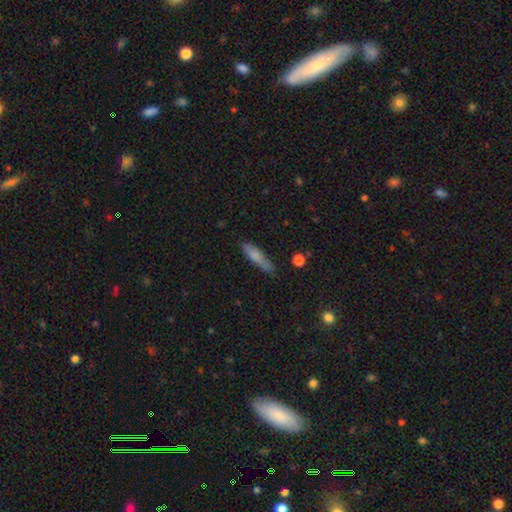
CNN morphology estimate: type=smooth (75%); roundness=cigar-shaped (74%); merging=none (72%).